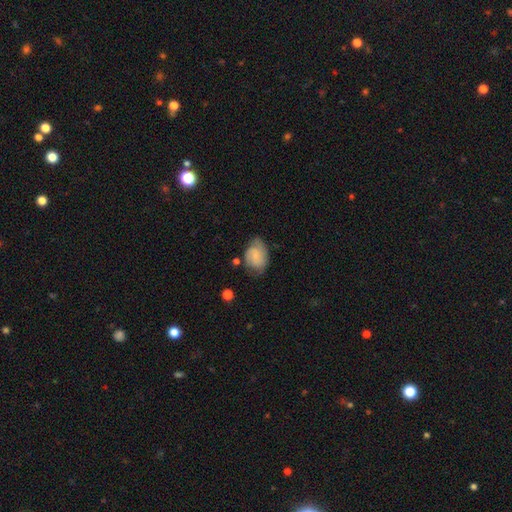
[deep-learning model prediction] This appears to be a smooth galaxy with no disk features (58%) that is in between round and cigar-shaped (75%). Merging: none (58%).